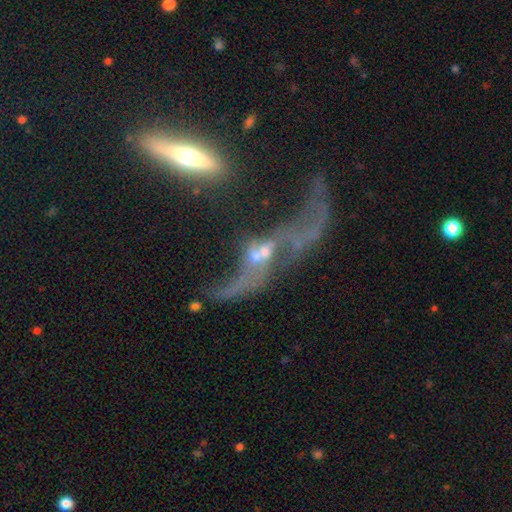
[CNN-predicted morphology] Smooth or featured? featured or disk (60%)
Edge-on disk? no (90%)
Bar? no (71%)
Spiral arms? no (54%)
Bulge size? moderate (38%)
Merging? merger (57%)